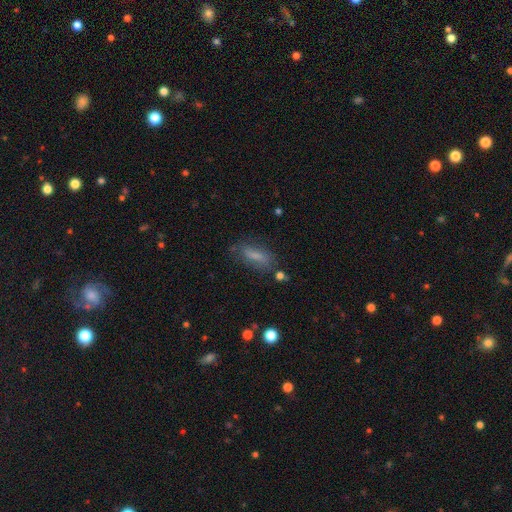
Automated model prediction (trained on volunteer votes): smooth 71%, featured or disk 20%, star or artifact 9%. Down the decision tree: how rounded — in between (59%); merging — none (70%).